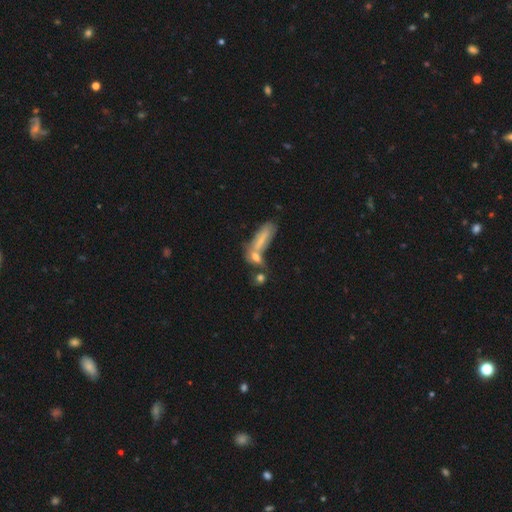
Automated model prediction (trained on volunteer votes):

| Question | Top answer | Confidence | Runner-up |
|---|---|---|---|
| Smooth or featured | smooth | 54% | featured or disk (31%) |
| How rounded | cigar-shaped | 57% | in between (36%) |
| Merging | none | 38% | merger (36%) |